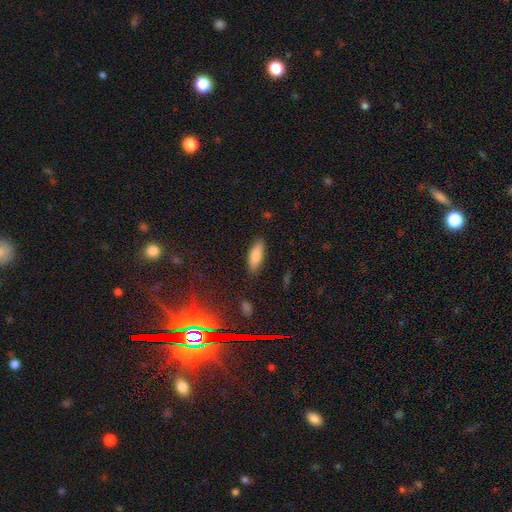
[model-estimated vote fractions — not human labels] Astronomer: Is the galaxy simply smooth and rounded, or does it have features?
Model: smooth — 84%.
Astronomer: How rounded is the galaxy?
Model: in between — 71%.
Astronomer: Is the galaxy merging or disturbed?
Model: none — 84%.